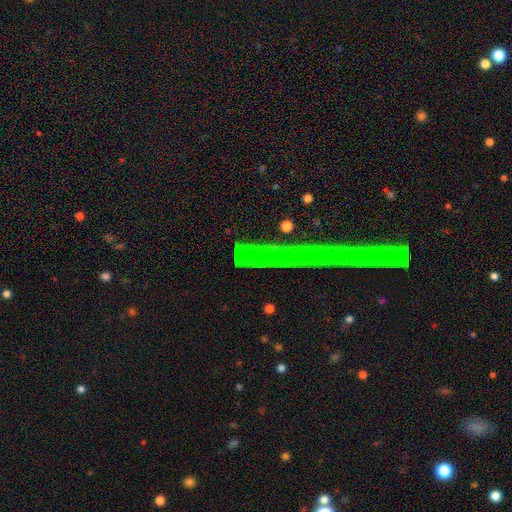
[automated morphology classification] This appears to be a star or artifact, not a galaxy (68%).